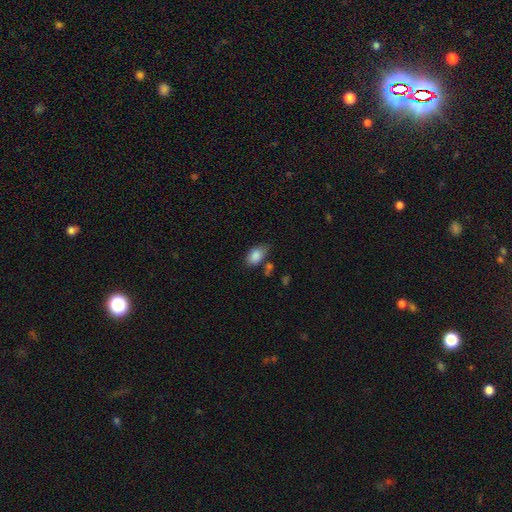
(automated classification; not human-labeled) A smooth galaxy with no disk features (86%) that is in between round and cigar-shaped (89%). Merging: none (60%).